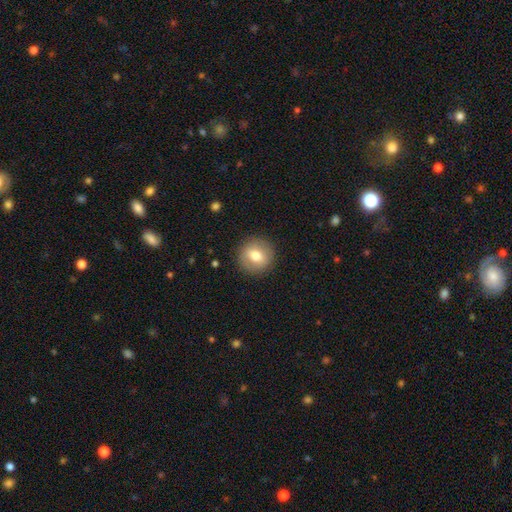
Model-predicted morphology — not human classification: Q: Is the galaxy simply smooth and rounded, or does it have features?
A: smooth — 71%.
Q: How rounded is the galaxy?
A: round — 90%.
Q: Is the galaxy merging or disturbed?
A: none — 89%.